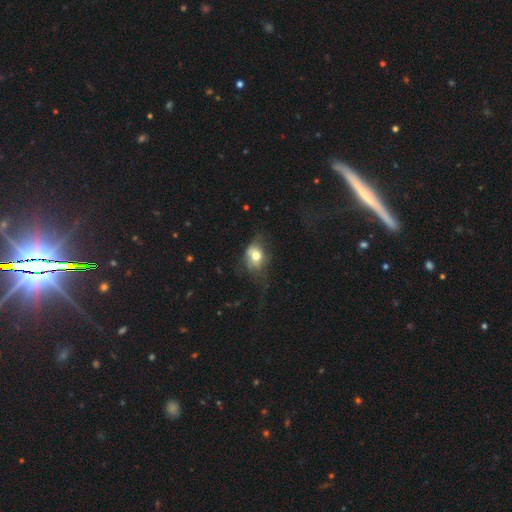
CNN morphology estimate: Q: Smooth or featured?
A: smooth (65%); runner-up: featured or disk (24%)
Q: How rounded?
A: in between (54%); runner-up: round (44%)
Q: Merging?
A: none (37%); runner-up: major disturbance (35%)